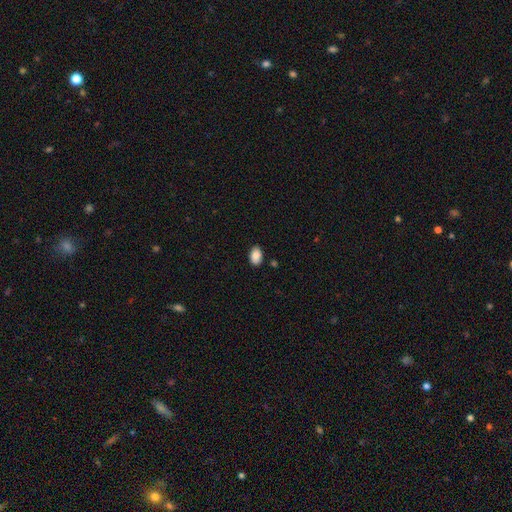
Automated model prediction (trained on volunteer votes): This appears to be a smooth galaxy with no disk features (88%) that is in between round and cigar-shaped (90%). Merging: none (86%).